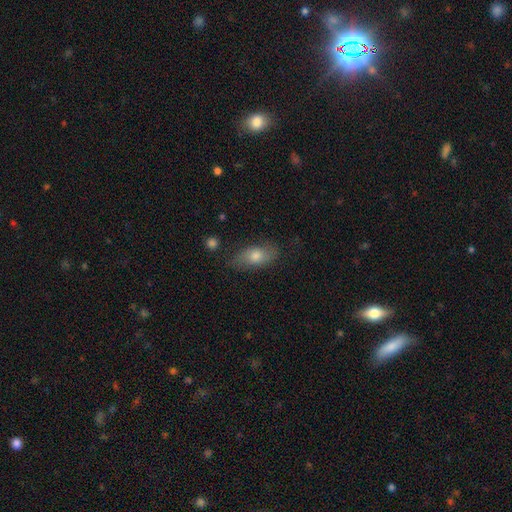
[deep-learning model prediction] Smooth or featured? Predicted: smooth (p=0.68). How rounded? Predicted: in between (p=0.84). Merging? Predicted: none (p=0.76).